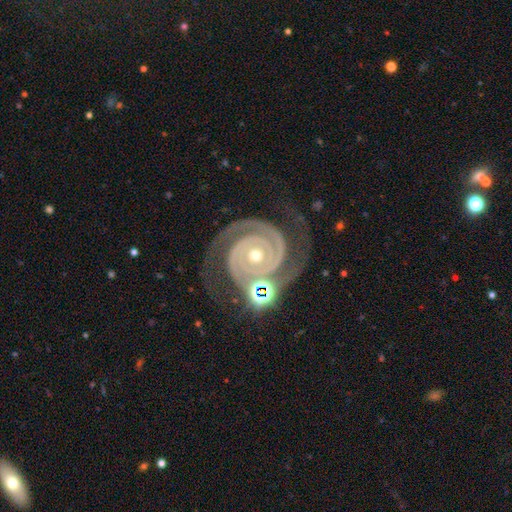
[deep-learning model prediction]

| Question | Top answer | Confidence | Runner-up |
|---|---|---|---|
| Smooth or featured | featured or disk | 93% | star or artifact (5%) |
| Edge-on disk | no | 98% | yes (2%) |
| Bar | no | 75% | weak (15%) |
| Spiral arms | yes | 99% | no (1%) |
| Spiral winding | tight | 85% | medium (13%) |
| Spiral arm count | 2 | 85% | 3 (6%) |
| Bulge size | small | 57% | moderate (40%) |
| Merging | none | 70% | minor disturbance (15%) |